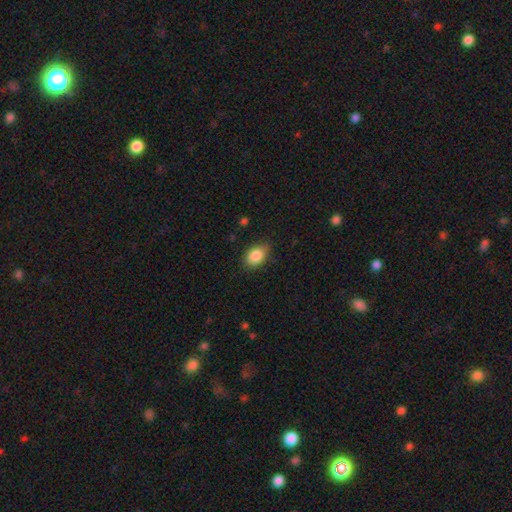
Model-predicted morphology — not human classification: The model was most divided on "merging": none: 77%, minor disturbance: 18%, major disturbance: 3%, merger: 1%. More confident: smooth or featured — smooth (87%); how rounded — in between (80%).